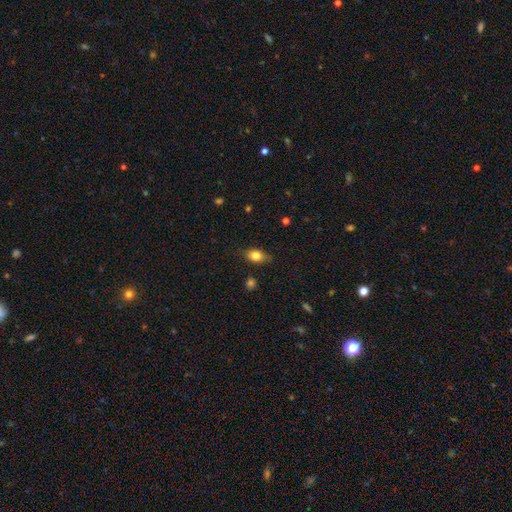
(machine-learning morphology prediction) smooth_or_featured: smooth (p=0.81) [alt: featured or disk p=0.10]
how_rounded: in between (p=0.72) [alt: round p=0.25]
merging: none (p=0.78) [alt: minor disturbance p=0.17]